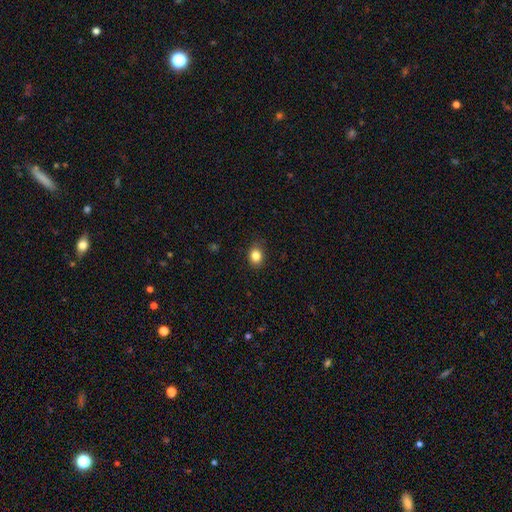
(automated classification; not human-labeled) Smooth or featured?
  - smooth: 84% *
  - star or artifact: 10%
  - featured or disk: 6%
How rounded?
  - round: 51% *
  - in between: 48%
  - cigar-shaped: 1%
Merging?
  - none: 84% *
  - minor disturbance: 12%
  - major disturbance: 3%
  - merger: 1%